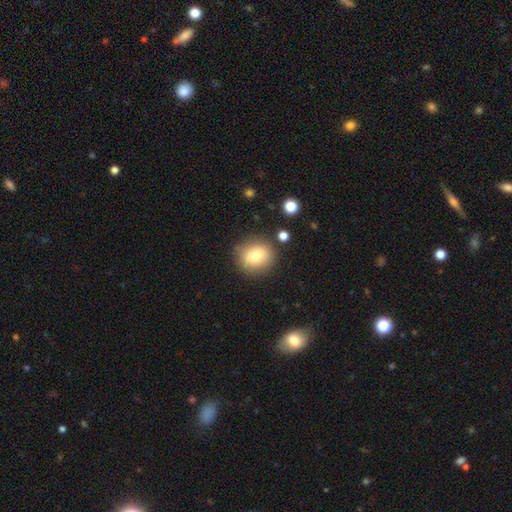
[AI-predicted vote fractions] A smooth galaxy with no disk features (78%) that is round (72%).

Vote fractions:
- Smooth or featured? smooth: 78% / featured or disk: 12% / star or artifact: 9%
- How rounded? round: 72% / in between: 26% / cigar-shaped: 1%
- Merging? none: 83% / minor disturbance: 10% / major disturbance: 3% / merger: 3%